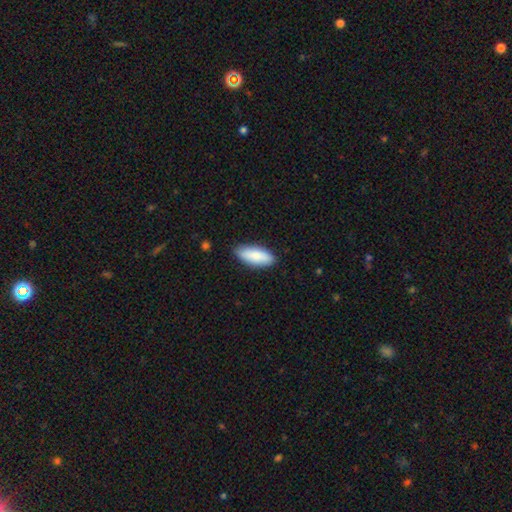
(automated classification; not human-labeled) Overall: smooth (86%). How rounded: in between (75%). Merging: none (85%).